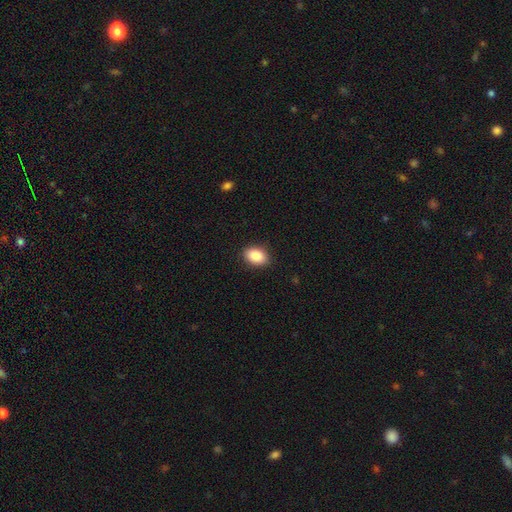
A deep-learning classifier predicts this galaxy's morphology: Q: Smooth or featured?
A: smooth (89%); runner-up: star or artifact (7%)
Q: How rounded?
A: in between (86%); runner-up: round (13%)
Q: Merging?
A: none (89%); runner-up: minor disturbance (8%)